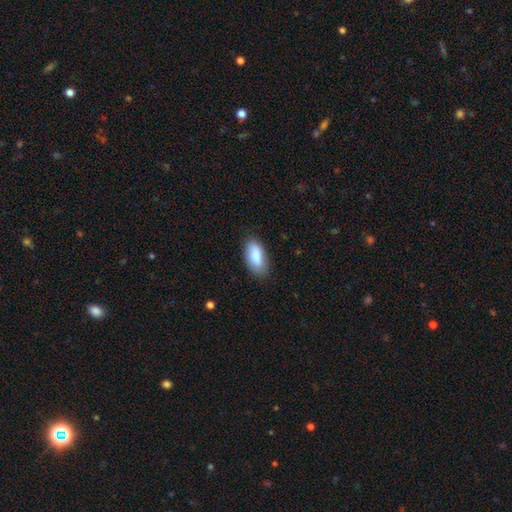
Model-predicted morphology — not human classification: A smooth galaxy with no disk features (85%) that is in between round and cigar-shaped (90%). Merging: none (79%).